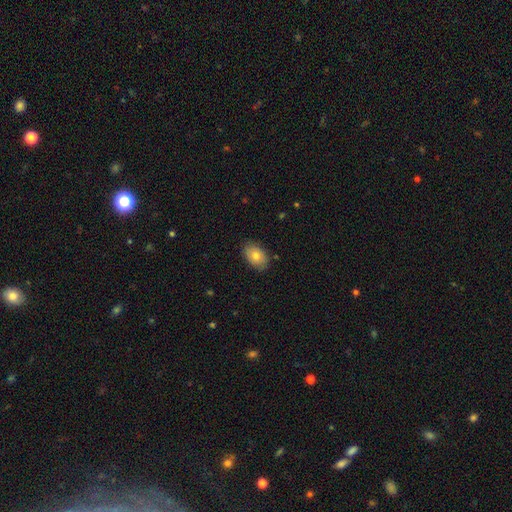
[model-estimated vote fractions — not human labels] Morphology: type=smooth (76%); roundness=in between (88%); merging=none (84%).